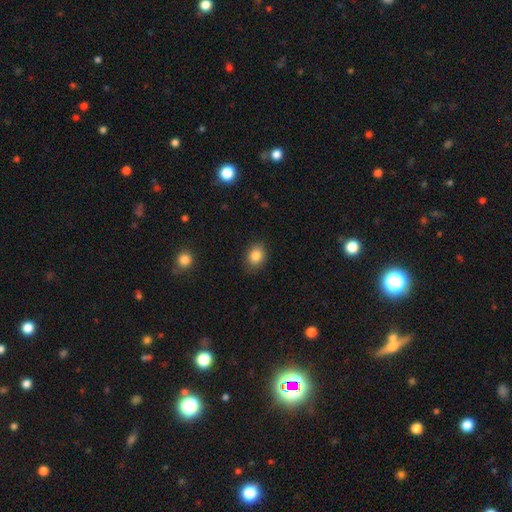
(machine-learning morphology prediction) type=smooth (85%); roundness=in between (55%); merging=none (85%).